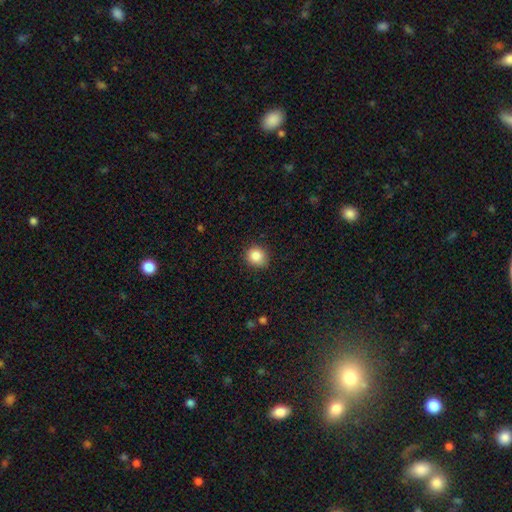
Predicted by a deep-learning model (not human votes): Smooth or featured?
  - smooth: 86% *
  - star or artifact: 10%
  - featured or disk: 4%
How rounded?
  - round: 83% *
  - in between: 16%
  - cigar-shaped: 1%
Merging?
  - none: 85% *
  - minor disturbance: 11%
  - major disturbance: 2%
  - merger: 1%